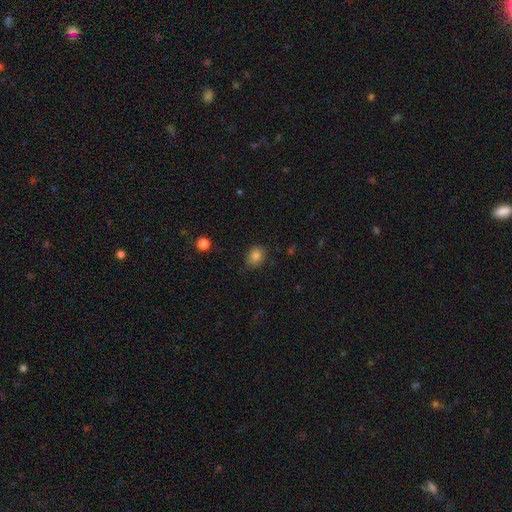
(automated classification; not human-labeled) Smooth or featured? Predicted: smooth (p=0.84). How rounded? Predicted: round (p=0.50). Merging? Predicted: none (p=0.76).